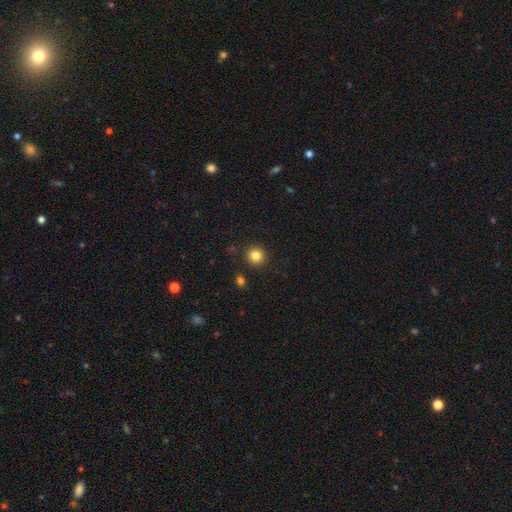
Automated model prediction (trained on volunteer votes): Q: Smooth or featured?
A: smooth (83%); runner-up: star or artifact (11%)
Q: How rounded?
A: round (93%); runner-up: in between (6%)
Q: Merging?
A: none (90%); runner-up: minor disturbance (6%)